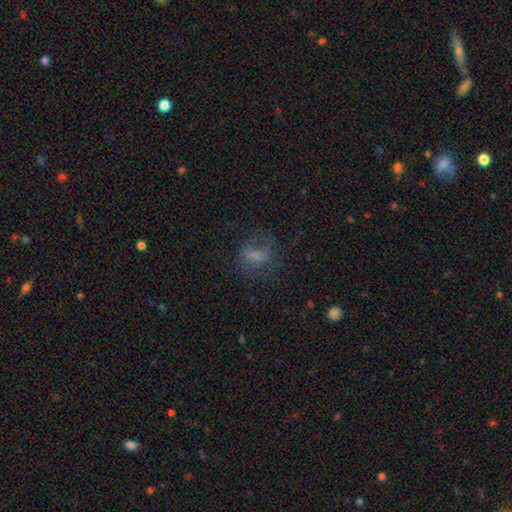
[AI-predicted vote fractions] smooth-or-featured: smooth: 49% | featured or disk: 33% | star or artifact: 18%
  merging: none: 51% | major disturbance: 28% | minor disturbance: 20% | merger: 2%